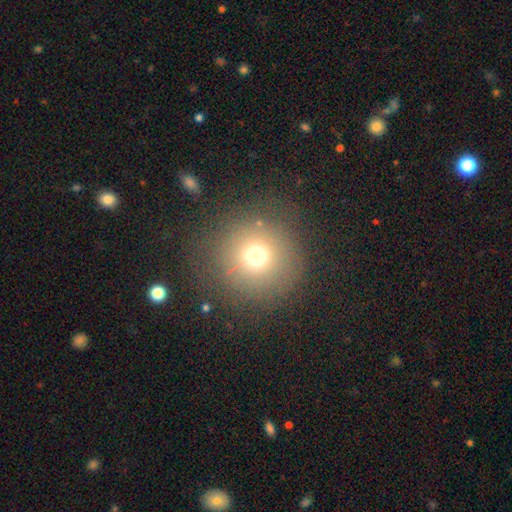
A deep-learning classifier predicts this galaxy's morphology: smooth-or-featured: smooth: 71% | star or artifact: 17% | featured or disk: 13%
  how-rounded: round: 95% | in between: 4% | cigar-shaped: 1%
  merging: none: 81% | minor disturbance: 10% | major disturbance: 7% | merger: 2%